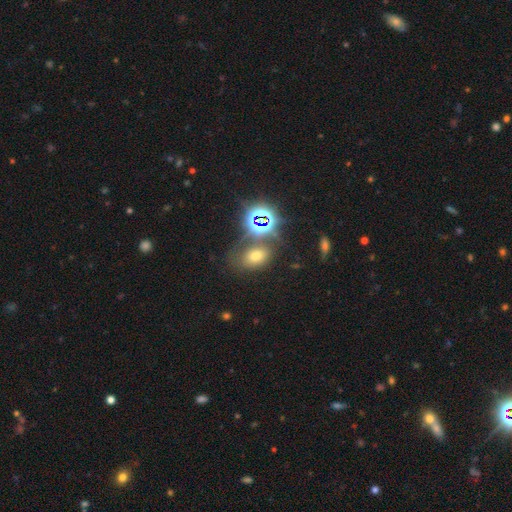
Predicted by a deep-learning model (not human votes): The model was most divided on "smooth or featured": smooth: 49%, star or artifact: 38%, featured or disk: 13%. More confident: merging — none (64%).